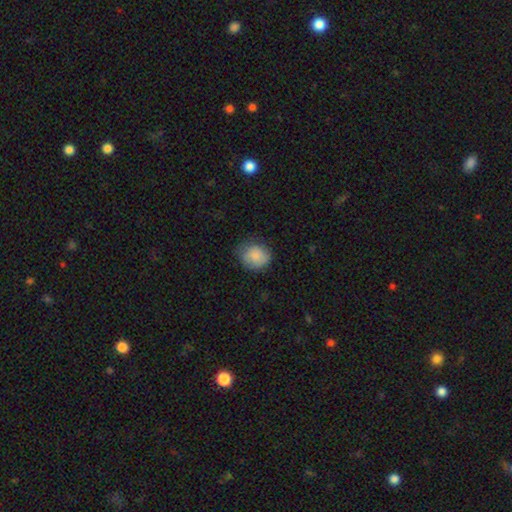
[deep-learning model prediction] Morphology: type=smooth (84%); roundness=round (76%); merging=none (69%).